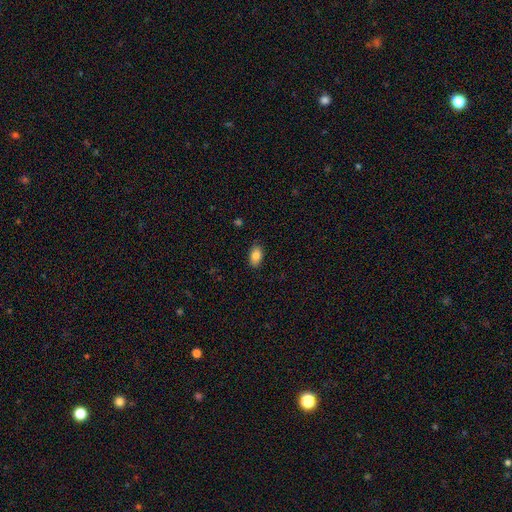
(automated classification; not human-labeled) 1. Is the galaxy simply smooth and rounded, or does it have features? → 85% smooth, 8% star or artifact, 7% featured or disk.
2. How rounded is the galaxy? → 92% in between, 6% round, 2% cigar-shaped.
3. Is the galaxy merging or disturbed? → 87% none, 10% minor disturbance, 2% major disturbance, 1% merger.